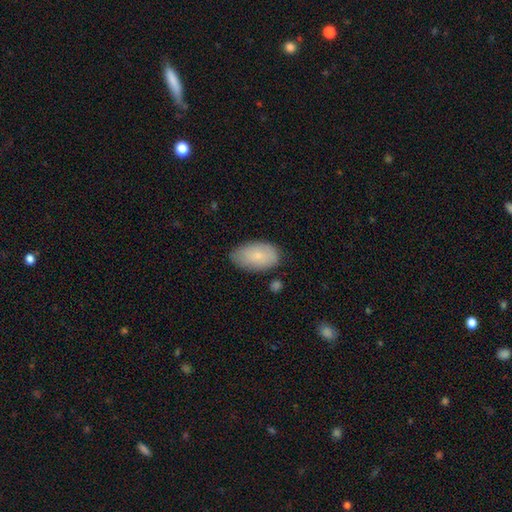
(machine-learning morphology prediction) smooth-or-featured: smooth: 79% | featured or disk: 15% | star or artifact: 6%
  how-rounded: in between: 94% | round: 4% | cigar-shaped: 1%
  merging: none: 75% | minor disturbance: 20% | major disturbance: 4% | merger: 2%